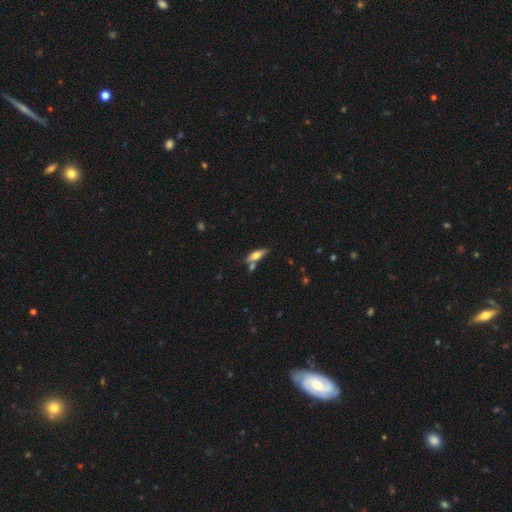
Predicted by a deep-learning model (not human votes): smooth-or-featured: smooth: 61% | featured or disk: 32% | star or artifact: 7%
  how-rounded: cigar-shaped: 51% | in between: 46% | round: 2%
  merging: none: 66% | merger: 15% | minor disturbance: 15% | major disturbance: 4%